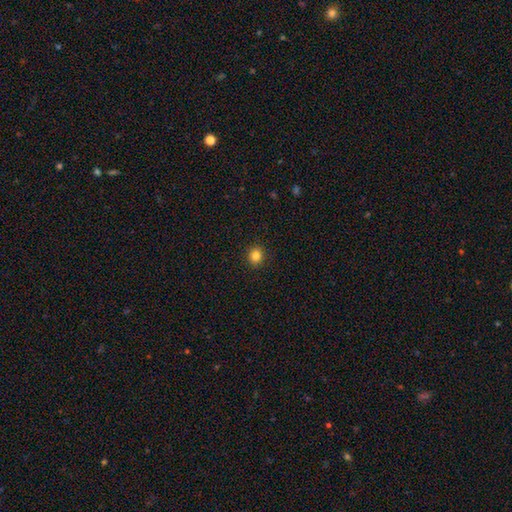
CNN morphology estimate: smooth-or-featured: smooth: 84% | star or artifact: 12% | featured or disk: 4%
  how-rounded: round: 79% | in between: 20% | cigar-shaped: 1%
  merging: none: 92% | minor disturbance: 5% | major disturbance: 2% | merger: 1%